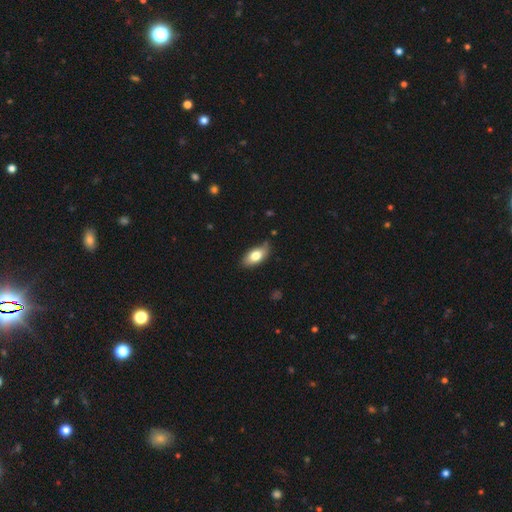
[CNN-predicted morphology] Q: Smooth or featured?
A: smooth (76%); runner-up: featured or disk (17%)
Q: How rounded?
A: in between (90%); runner-up: cigar-shaped (6%)
Q: Merging?
A: none (77%); runner-up: minor disturbance (19%)